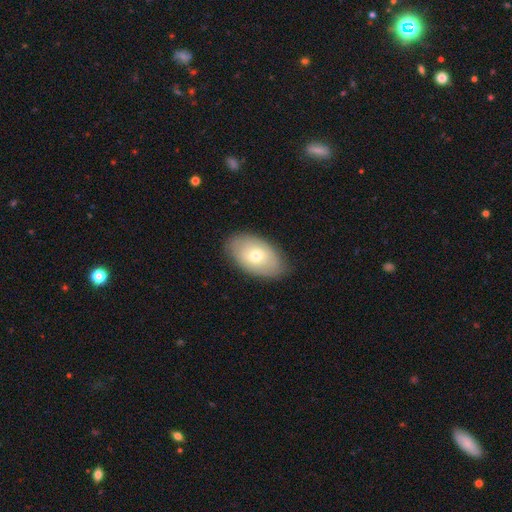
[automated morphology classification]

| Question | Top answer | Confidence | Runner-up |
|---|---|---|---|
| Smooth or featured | smooth | 63% | featured or disk (31%) |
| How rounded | in between | 92% | round (7%) |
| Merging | none | 83% | minor disturbance (13%) |